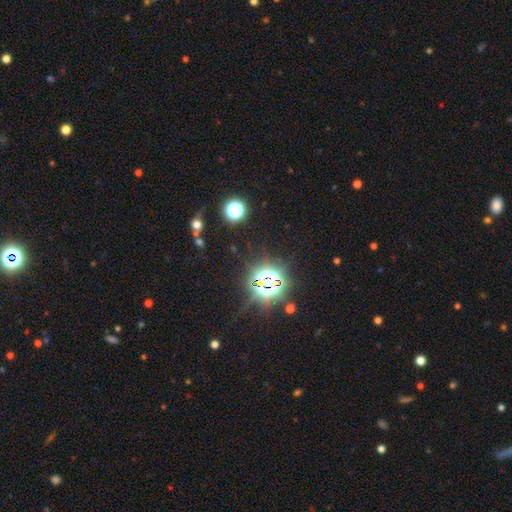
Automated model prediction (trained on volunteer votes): This appears to be a star or artifact, not a galaxy (83%).